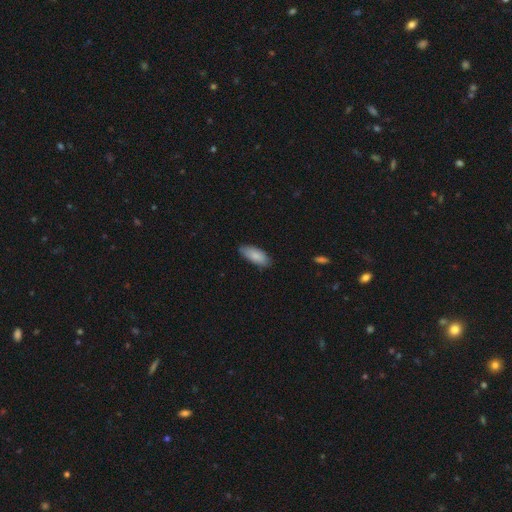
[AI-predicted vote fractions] Q: Smooth or featured?
A: smooth (85%); runner-up: featured or disk (9%)
Q: How rounded?
A: in between (82%); runner-up: cigar-shaped (17%)
Q: Merging?
A: none (79%); runner-up: minor disturbance (17%)